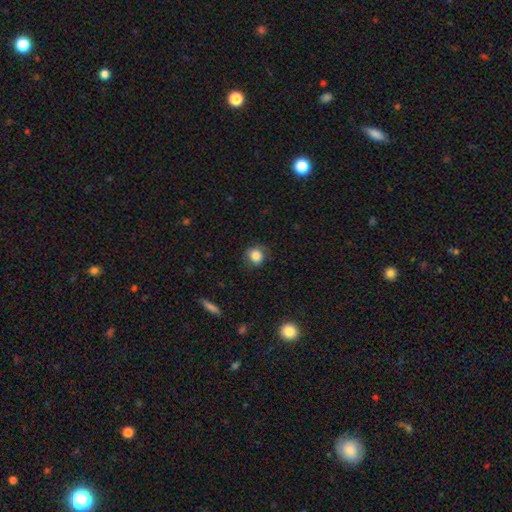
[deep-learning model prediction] This appears to be a smooth galaxy with no disk features (83%) that is round (76%). Merging: none (76%).